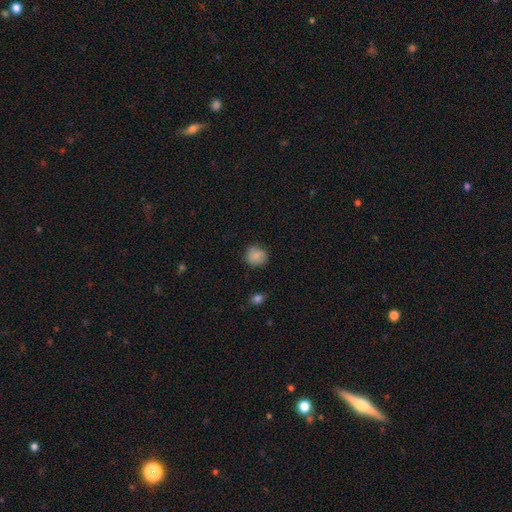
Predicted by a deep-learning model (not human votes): Smooth or featured: smooth — 86% (star or artifact — 8%)
How rounded: round — 84% (in between — 15%)
Merging: none — 81% (minor disturbance — 14%)